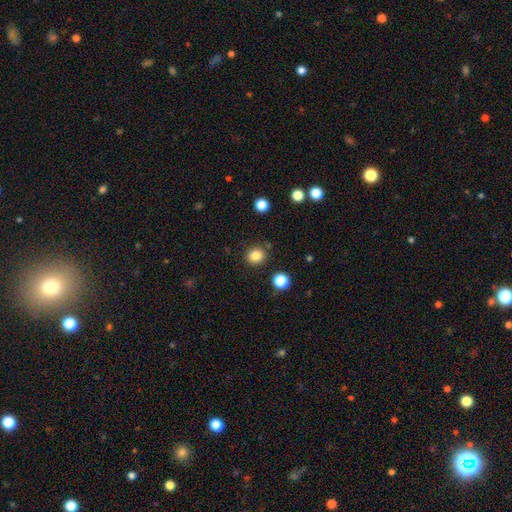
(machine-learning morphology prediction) A smooth galaxy with no disk features (84%) that is round (80%).

Vote fractions:
- Smooth or featured? smooth: 84% / star or artifact: 12% / featured or disk: 4%
- How rounded? round: 80% / in between: 19% / cigar-shaped: 1%
- Merging? none: 86% / minor disturbance: 8% / merger: 4% / major disturbance: 2%